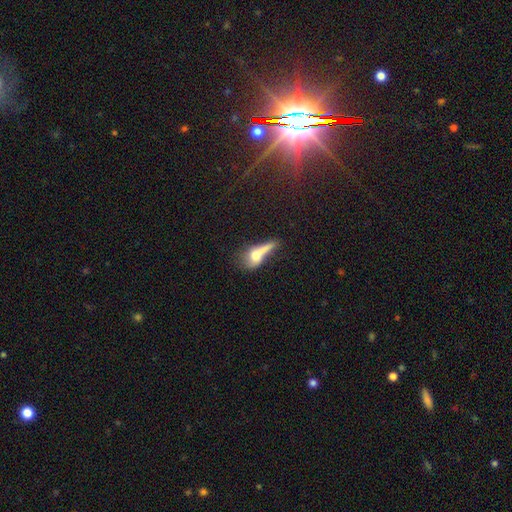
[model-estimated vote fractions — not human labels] Smooth or featured: smooth — 58% (featured or disk — 30%)
How rounded: in between — 50% (round — 27%)
Merging: major disturbance — 35% (merger — 25%)